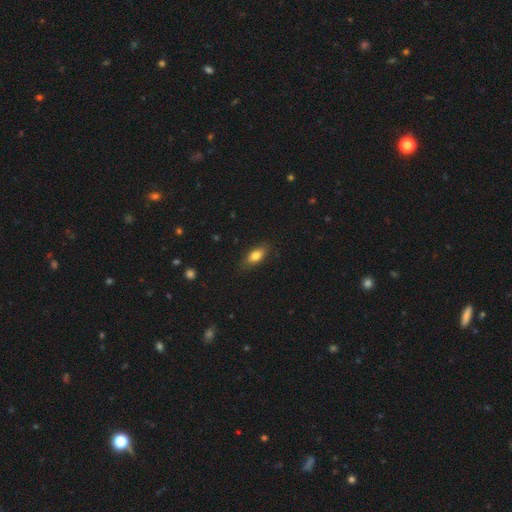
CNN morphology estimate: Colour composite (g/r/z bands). It shows a smooth galaxy with no disk features (79%) that is in between round and cigar-shaped (82%). Merging: none (82%).